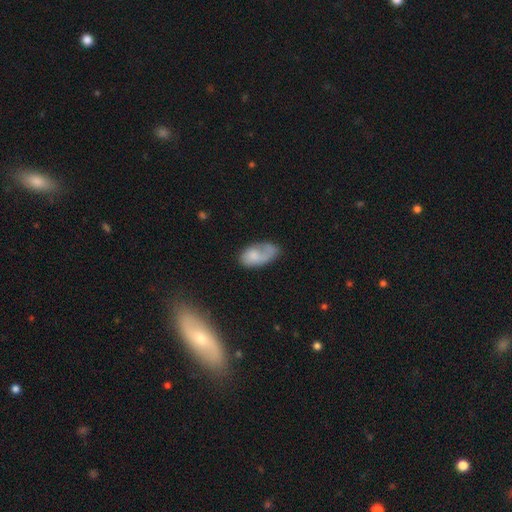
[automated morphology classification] This appears to be a smooth galaxy with no disk features (64%) that is in between round and cigar-shaped (93%). Merging: none (42%).